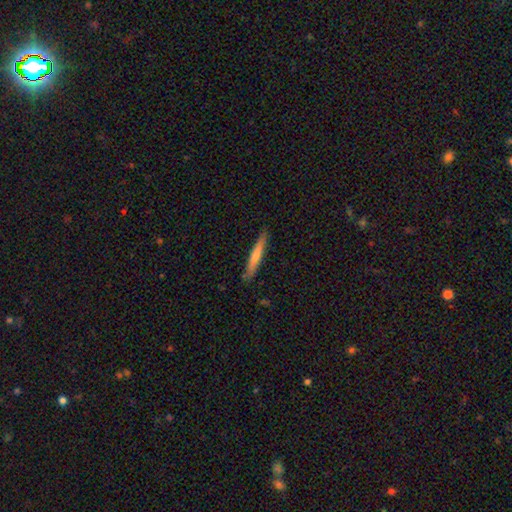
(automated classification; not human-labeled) smooth_or_featured: smooth (p=0.63) [alt: featured or disk p=0.32]
how_rounded: cigar-shaped (p=0.95) [alt: in between p=0.04]
merging: none (p=0.86) [alt: minor disturbance p=0.11]